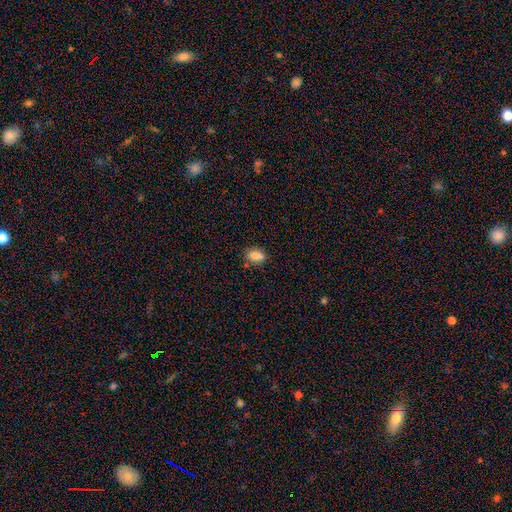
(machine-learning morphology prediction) This is likely a smooth galaxy (77%). How rounded: likely in between (66%). Merging: likely none (76%).